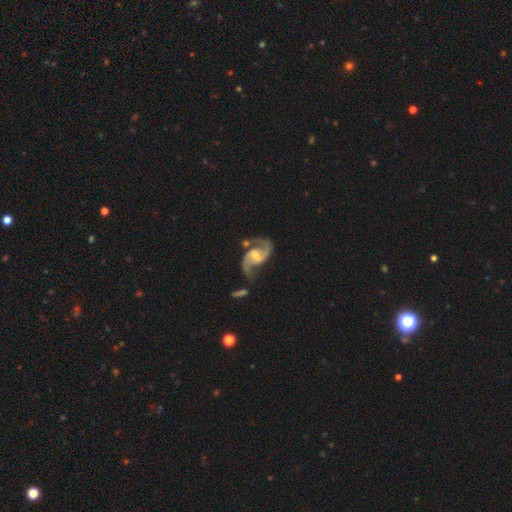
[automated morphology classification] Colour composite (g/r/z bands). It shows a featured or disk galaxy (92%) with a weak bar (54%), 2 (94%) medium (52%) spiral arms (98%) and a moderate central bulge (47%). Merging: none (63%).